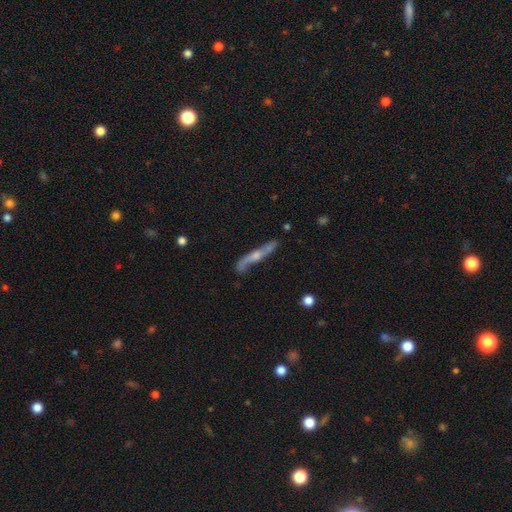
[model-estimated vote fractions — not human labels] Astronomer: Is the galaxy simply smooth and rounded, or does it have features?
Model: featured or disk — 69%.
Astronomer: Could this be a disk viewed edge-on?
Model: yes — 75%.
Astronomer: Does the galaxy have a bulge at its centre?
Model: rounded — 74%.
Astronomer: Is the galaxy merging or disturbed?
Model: none — 71%.